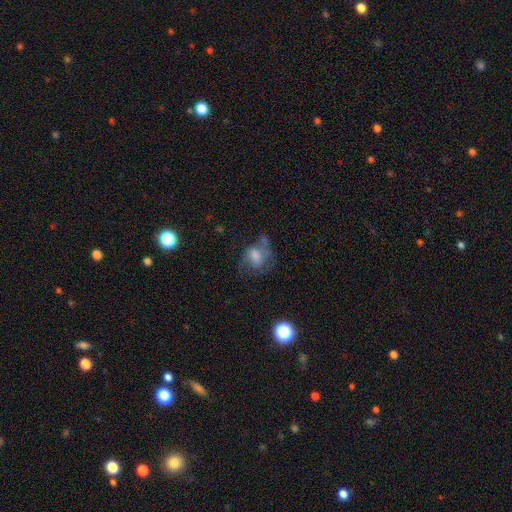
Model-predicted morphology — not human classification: Smooth or featured? smooth (50%)
Merging? none (35%)